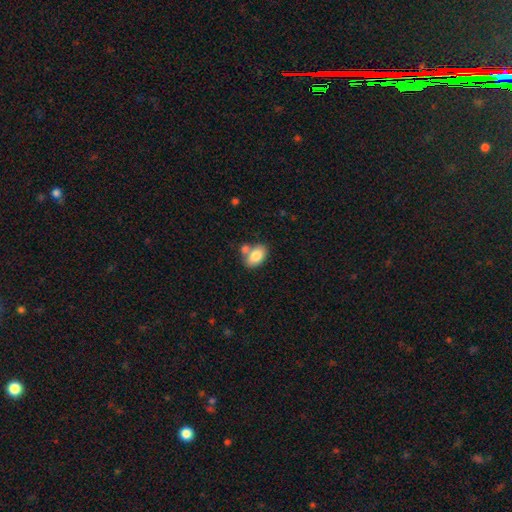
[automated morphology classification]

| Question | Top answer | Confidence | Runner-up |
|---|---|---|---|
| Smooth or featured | smooth | 82% | featured or disk (11%) |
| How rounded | in between | 88% | round (11%) |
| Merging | none | 56% | merger (26%) |